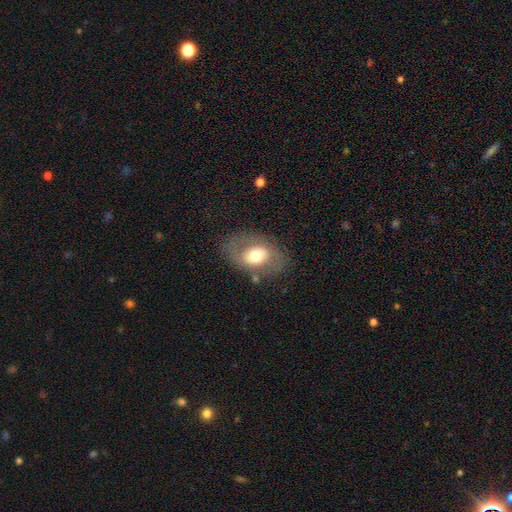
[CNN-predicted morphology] type=smooth (53%); roundness=in between (77%); merging=none (69%).